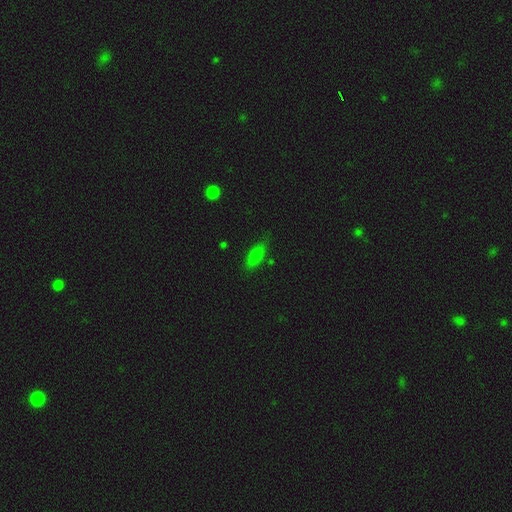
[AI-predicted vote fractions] Smooth or featured: smooth — 76% (featured or disk — 12%)
How rounded: in between — 67% (cigar-shaped — 30%)
Merging: none — 80% (minor disturbance — 15%)